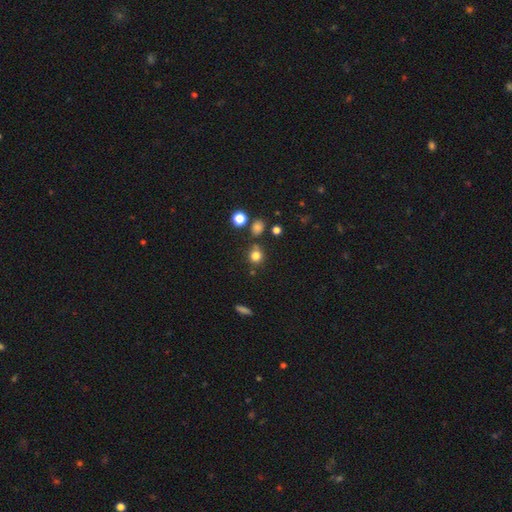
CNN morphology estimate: Overall: smooth (78%). How rounded: round (86%). Merging: none (75%).